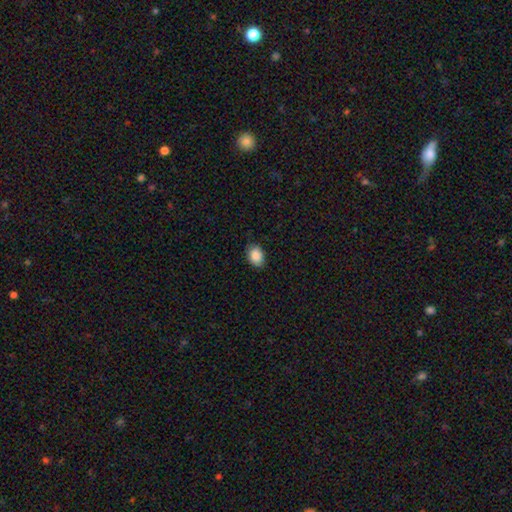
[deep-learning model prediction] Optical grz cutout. It shows a smooth galaxy with no disk features (88%) that is in between round and cigar-shaped (76%). Merging: none (81%).